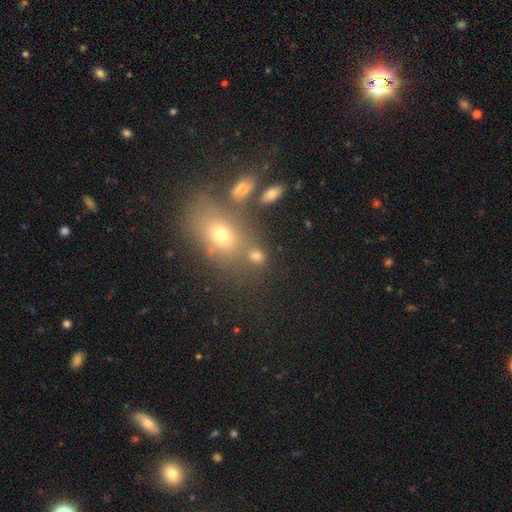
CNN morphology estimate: Q: Smooth or featured?
A: smooth (63%); runner-up: star or artifact (21%)
Q: How rounded?
A: in between (57%); runner-up: round (40%)
Q: Merging?
A: none (57%); runner-up: merger (24%)